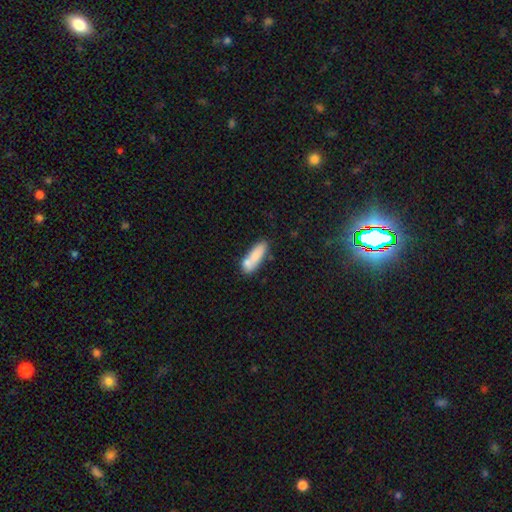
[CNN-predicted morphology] A smooth galaxy with no disk features (77%) that is in between round and cigar-shaped (53%). Merging: none (51%).